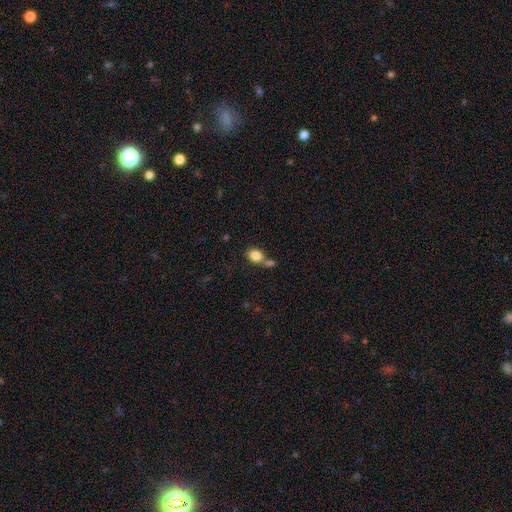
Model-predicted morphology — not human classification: A smooth galaxy with no disk features (84%) that is in between round and cigar-shaped (72%). Merging: none (48%).